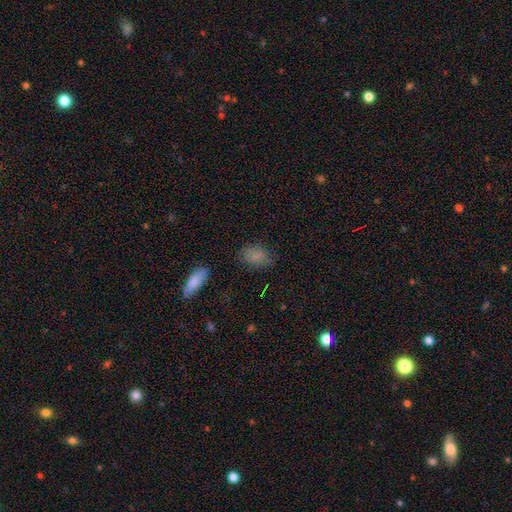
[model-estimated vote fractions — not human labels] Smooth or featured? Predicted: smooth (p=0.82). How rounded? Predicted: in between (p=0.86). Merging? Predicted: none (p=0.79).